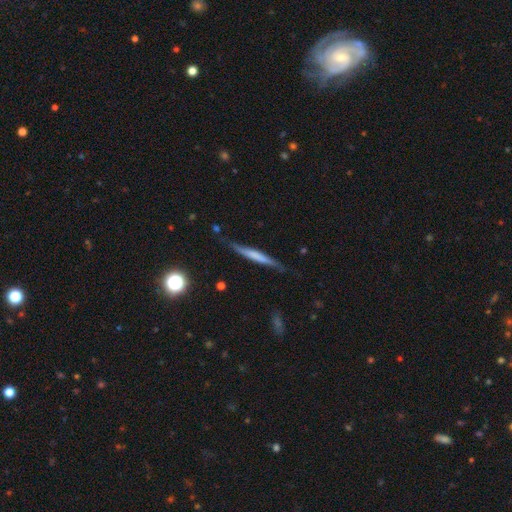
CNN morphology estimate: Smooth or featured: smooth — 48% (featured or disk — 46%)
Merging: none — 76% (minor disturbance — 18%)